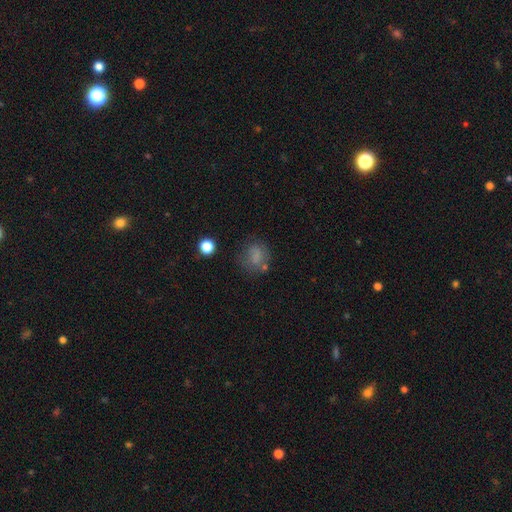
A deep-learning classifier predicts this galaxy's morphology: Smooth or featured? Predicted: smooth (p=0.69). How rounded? Predicted: round (p=0.70). Merging? Predicted: none (p=0.59).